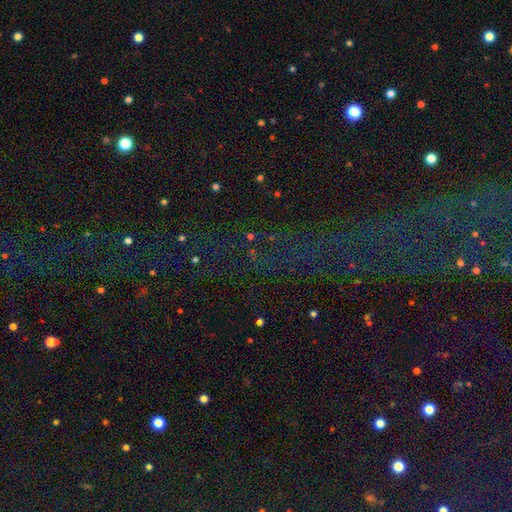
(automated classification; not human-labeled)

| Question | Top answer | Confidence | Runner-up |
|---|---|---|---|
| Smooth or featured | star or artifact | 78% | featured or disk (11%) |